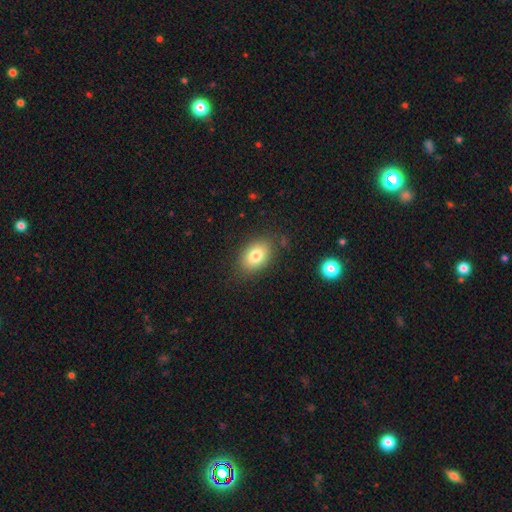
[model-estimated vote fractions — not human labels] Q: Smooth or featured?
A: smooth (80%); runner-up: featured or disk (12%)
Q: How rounded?
A: in between (84%); runner-up: round (15%)
Q: Merging?
A: none (82%); runner-up: minor disturbance (13%)